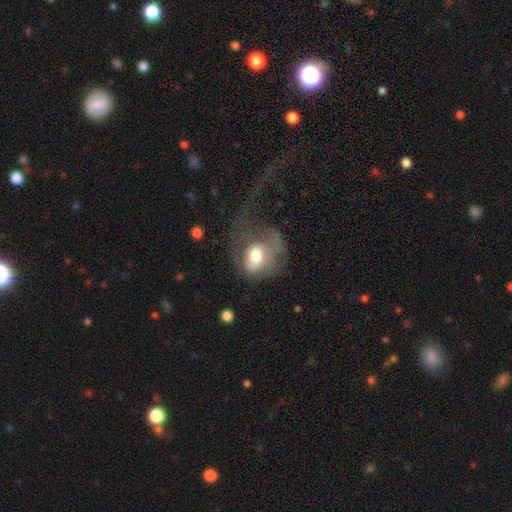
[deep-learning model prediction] This appears to be a smooth galaxy with no disk features (58%) that is in between round and cigar-shaped (52%). Merging: major disturbance (60%).